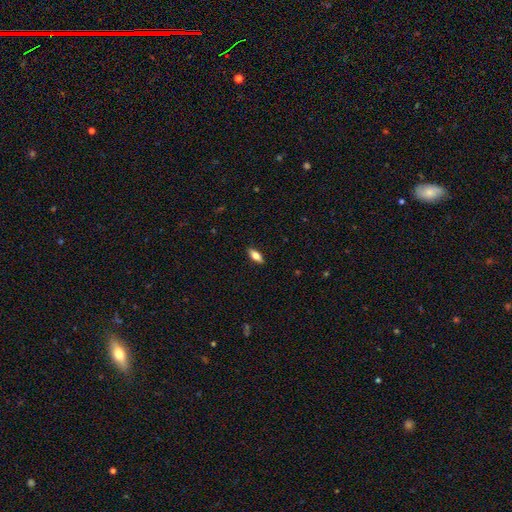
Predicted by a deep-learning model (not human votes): smooth_or_featured: smooth (p=0.68) [alt: featured or disk p=0.25]
how_rounded: in between (p=0.75) [alt: cigar-shaped p=0.23]
merging: none (p=0.89) [alt: minor disturbance p=0.08]